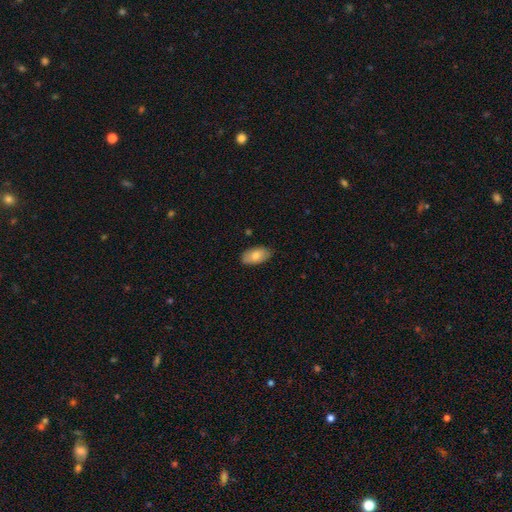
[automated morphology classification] Smooth or featured? Predicted: smooth (p=0.78). How rounded? Predicted: in between (p=0.94). Merging? Predicted: none (p=0.84).